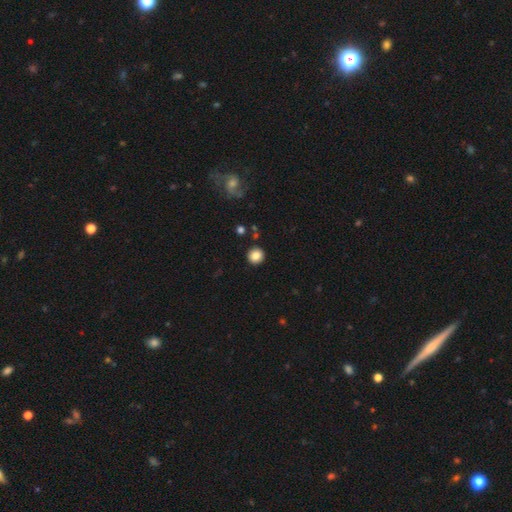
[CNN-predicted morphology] Smooth or featured? smooth (85%)
How rounded? round (92%)
Merging? none (90%)